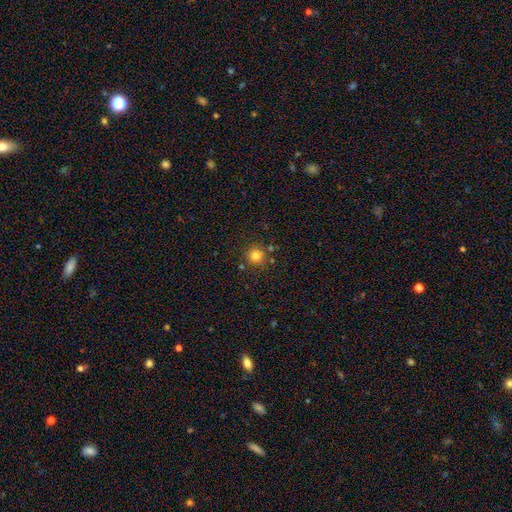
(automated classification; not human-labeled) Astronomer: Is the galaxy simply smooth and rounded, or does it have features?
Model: smooth — 80%.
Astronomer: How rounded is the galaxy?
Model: round — 92%.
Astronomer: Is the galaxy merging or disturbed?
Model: none — 79%.